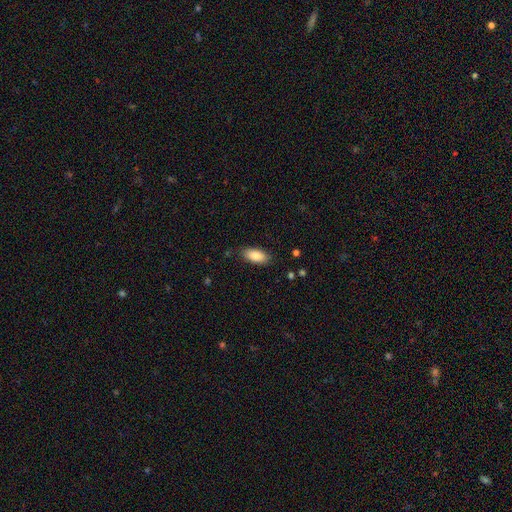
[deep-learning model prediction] Smooth or featured: smooth — 86% (featured or disk — 7%)
How rounded: in between — 90% (cigar-shaped — 8%)
Merging: none — 83% (minor disturbance — 13%)